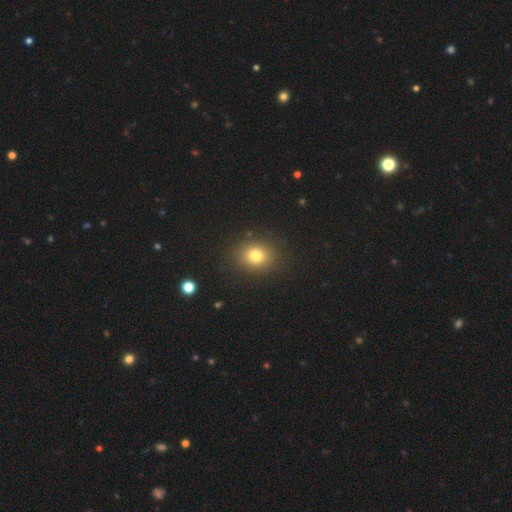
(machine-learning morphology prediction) This appears to be a smooth galaxy with no disk features (79%) that is round (64%). Merging: none (87%).